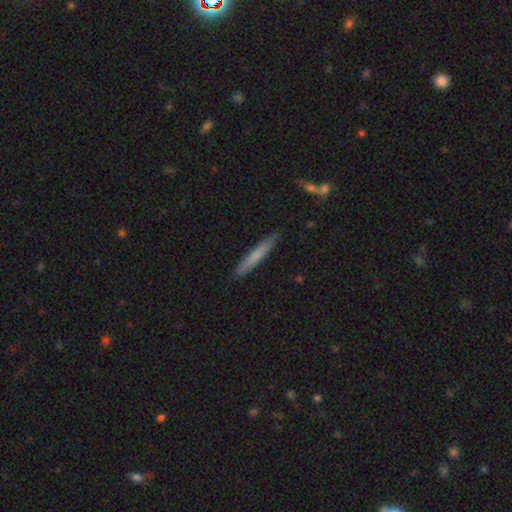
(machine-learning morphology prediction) A smooth galaxy with no disk features (67%) that is cigar-shaped (95%). Merging: none (89%).